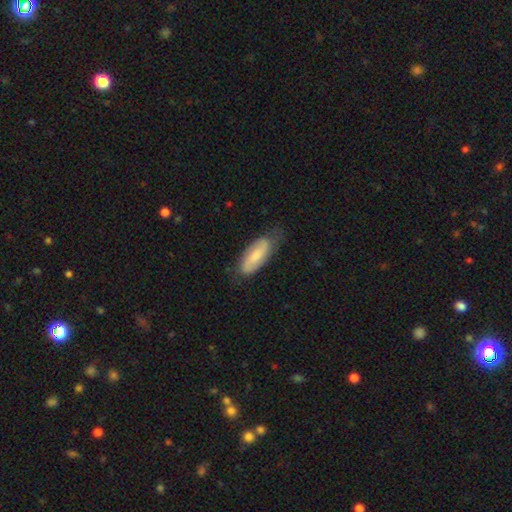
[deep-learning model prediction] This is possibly a smooth galaxy (48%). Merging: likely none (67%).